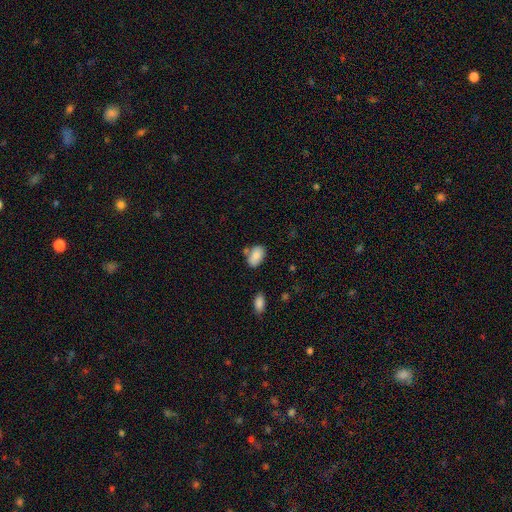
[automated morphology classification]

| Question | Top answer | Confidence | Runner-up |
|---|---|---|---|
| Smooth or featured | smooth | 86% | star or artifact (7%) |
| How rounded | in between | 91% | round (8%) |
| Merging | none | 63% | minor disturbance (18%) |